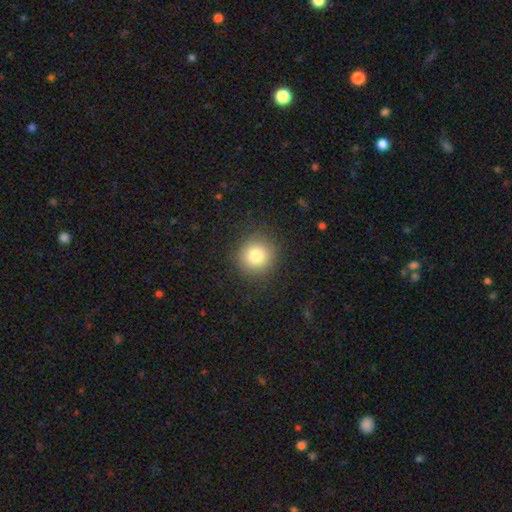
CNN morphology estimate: This appears to be a smooth galaxy with no disk features (81%) that is round (93%). Merging: none (89%).